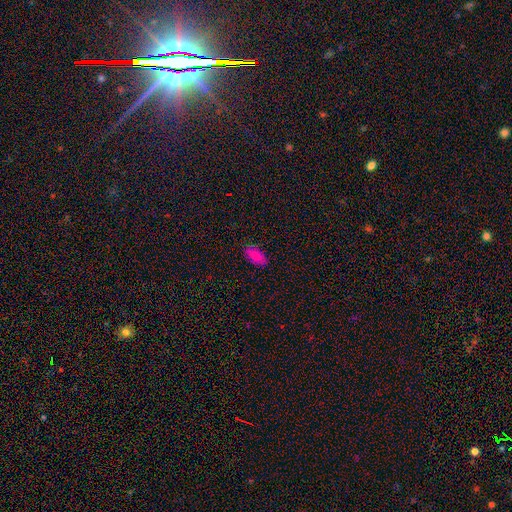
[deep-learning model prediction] Smooth or featured: smooth — 85% (star or artifact — 10%)
How rounded: in between — 93% (cigar-shaped — 4%)
Merging: none — 84% (minor disturbance — 12%)